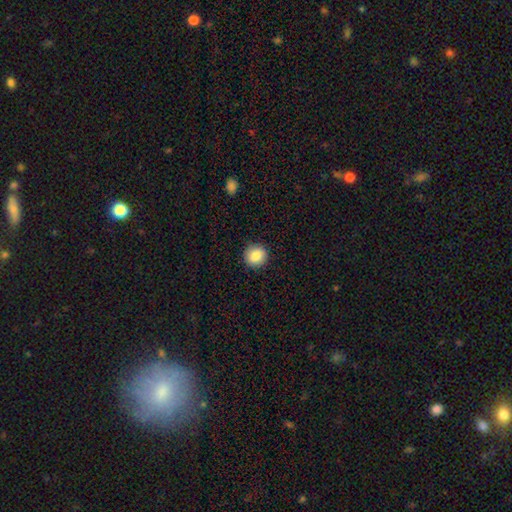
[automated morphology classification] Q: Smooth or featured?
A: smooth (86%); runner-up: star or artifact (9%)
Q: How rounded?
A: round (88%); runner-up: in between (11%)
Q: Merging?
A: none (90%); runner-up: minor disturbance (7%)